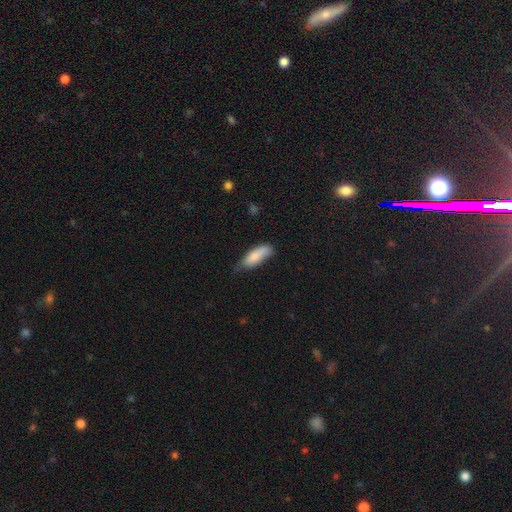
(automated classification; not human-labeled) Overall: smooth (83%). How rounded: in between (64%; cigar-shaped 34%). Merging: none (47%; minor disturbance 42%).